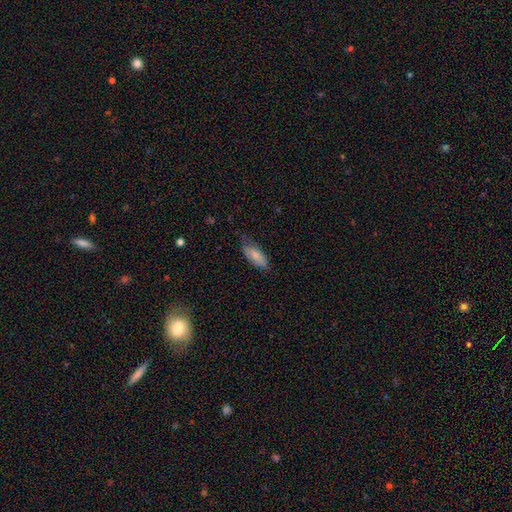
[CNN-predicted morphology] Smooth or featured? smooth (78%)
How rounded? in between (82%)
Merging? none (56%)